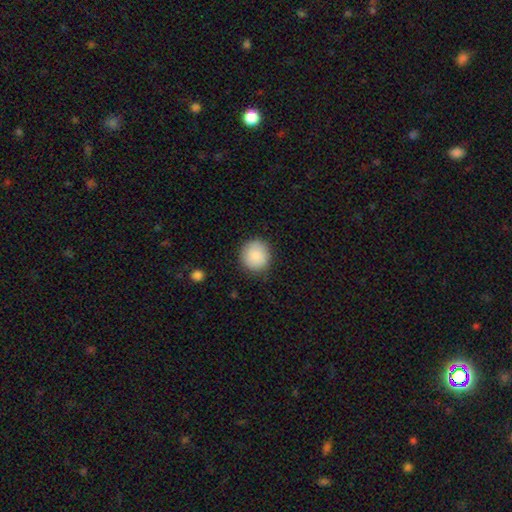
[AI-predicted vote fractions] A smooth galaxy with no disk features (88%) that is round (92%).

Vote fractions:
- Smooth or featured? smooth: 88% / star or artifact: 7% / featured or disk: 5%
- How rounded? round: 92% / in between: 7% / cigar-shaped: 1%
- Merging? none: 88% / minor disturbance: 9% / major disturbance: 2% / merger: 1%